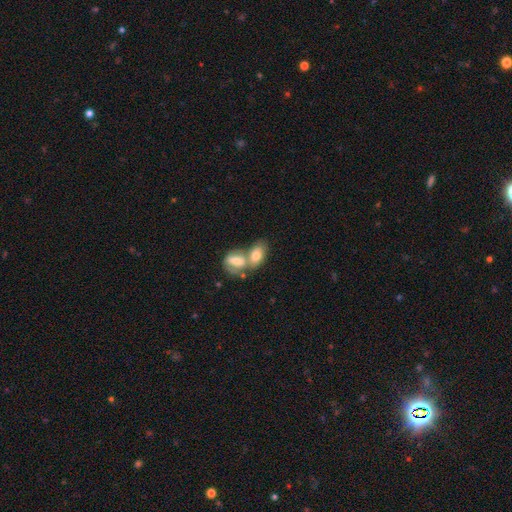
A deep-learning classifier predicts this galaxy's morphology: Smooth or featured?
  - smooth: 72% *
  - featured or disk: 21%
  - star or artifact: 7%
How rounded?
  - in between: 86% *
  - round: 11%
  - cigar-shaped: 3%
Merging?
  - merger: 65% *
  - none: 22%
  - minor disturbance: 8%
  - major disturbance: 4%